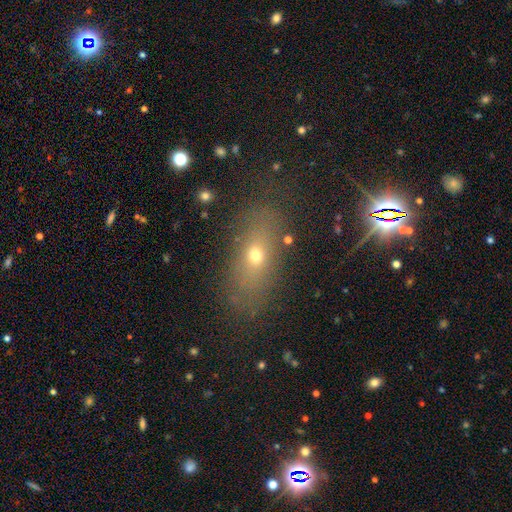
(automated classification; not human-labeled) This is possibly a smooth galaxy (57%). How rounded: likely in between (71%). Merging: likely none (79%).